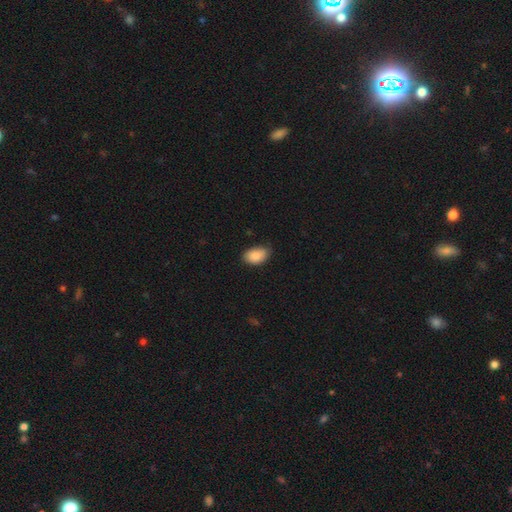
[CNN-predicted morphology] smooth-or-featured: smooth: 87% | star or artifact: 7% | featured or disk: 6%
  how-rounded: in between: 90% | round: 9% | cigar-shaped: 1%
  merging: none: 70% | minor disturbance: 26% | major disturbance: 4% | merger: 1%